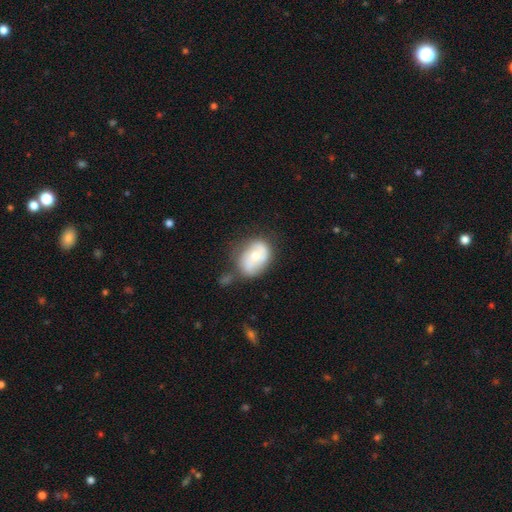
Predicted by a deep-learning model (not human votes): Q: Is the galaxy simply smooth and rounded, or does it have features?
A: smooth — 48%.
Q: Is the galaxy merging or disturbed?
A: none — 49%.